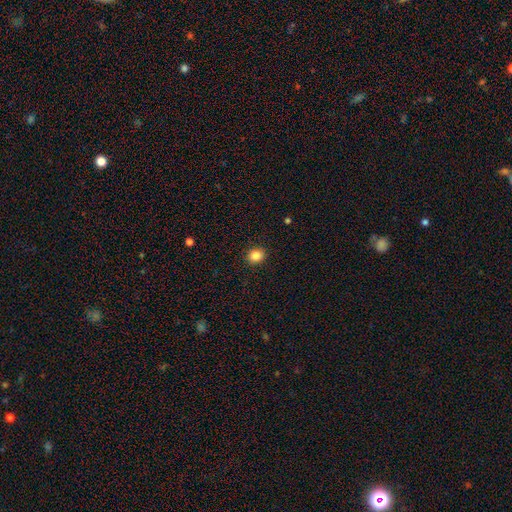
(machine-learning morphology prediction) A smooth galaxy with no disk features (85%) that is round (74%).

Vote fractions:
- Smooth or featured? smooth: 85% / star or artifact: 10% / featured or disk: 5%
- How rounded? round: 74% / in between: 25% / cigar-shaped: 1%
- Merging? none: 91% / minor disturbance: 6% / major disturbance: 2% / merger: 1%